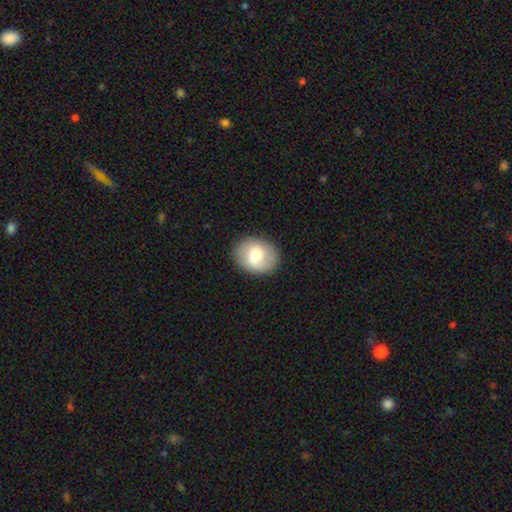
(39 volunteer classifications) Q: Smooth or featured?
A: smooth (74%); runner-up: featured or disk (21%)
Q: How rounded?
A: round (62%); runner-up: in between (38%)
Q: Merging?
A: none (84%); runner-up: minor disturbance (14%)